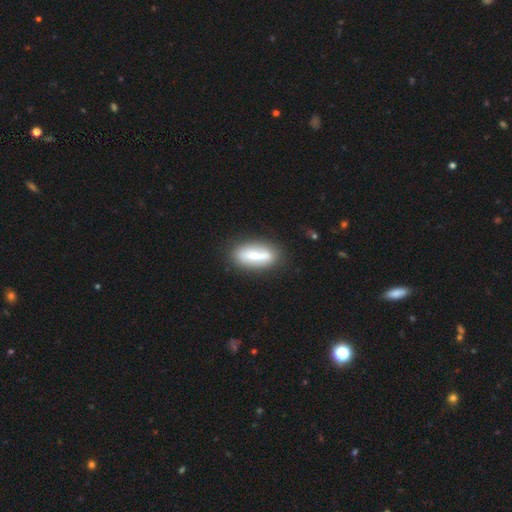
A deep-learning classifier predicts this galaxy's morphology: A smooth galaxy with no disk features (57%) that is in between round and cigar-shaped (61%).

Vote fractions:
- Smooth or featured? smooth: 57% / featured or disk: 36% / star or artifact: 7%
- How rounded? in between: 61% / cigar-shaped: 36% / round: 3%
- Merging? none: 78% / minor disturbance: 15% / major disturbance: 4% / merger: 3%